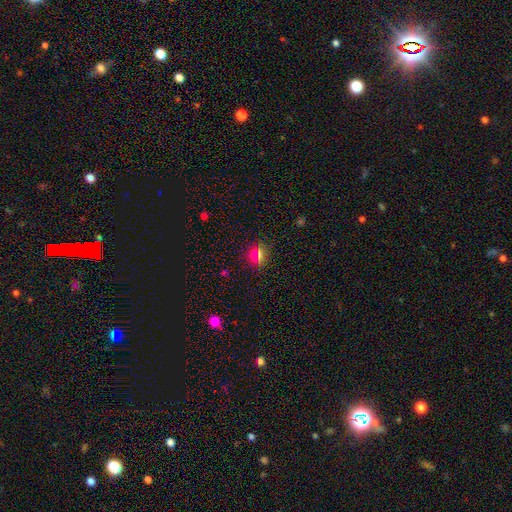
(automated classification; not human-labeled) A smooth galaxy with no disk features (63%) that is round (87%). Merging: none (85%).